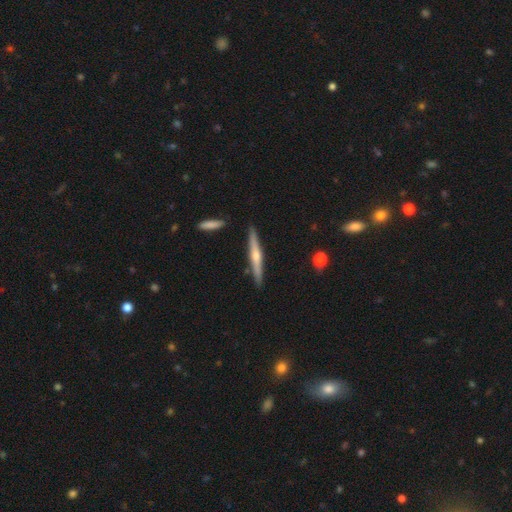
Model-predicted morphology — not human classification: This is likely a featured or disk galaxy (65%). It is clearly viewed edge-on (97%). Edge-on bulge: clearly rounded (81%). Merging: clearly none (88%).